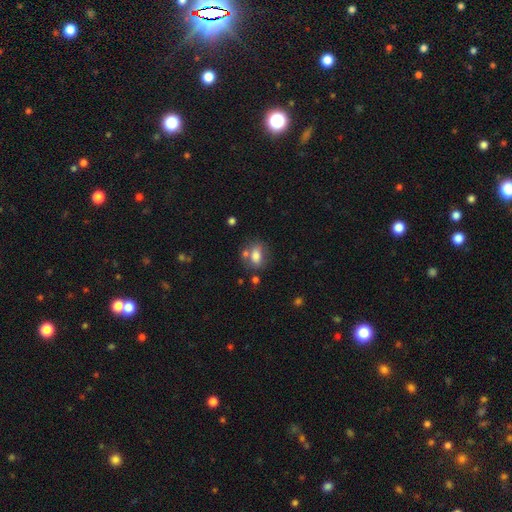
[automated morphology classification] Smooth or featured?
  - smooth: 75% *
  - featured or disk: 15%
  - star or artifact: 10%
How rounded?
  - in between: 74% *
  - round: 23%
  - cigar-shaped: 3%
Merging?
  - none: 56% *
  - merger: 20%
  - minor disturbance: 17%
  - major disturbance: 7%